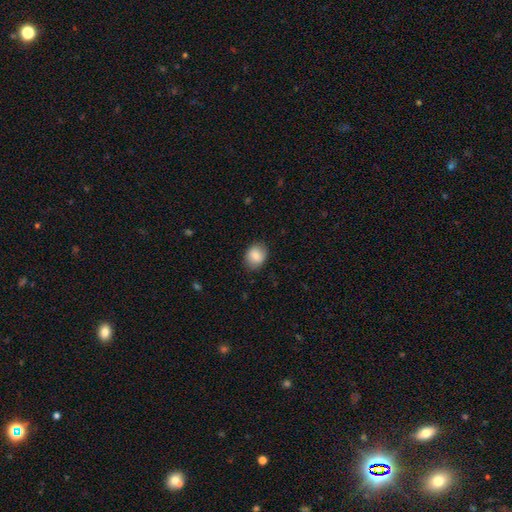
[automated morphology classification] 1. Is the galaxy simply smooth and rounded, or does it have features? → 81% smooth, 11% featured or disk, 8% star or artifact.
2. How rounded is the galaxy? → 53% round, 46% in between, 1% cigar-shaped.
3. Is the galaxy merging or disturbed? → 86% none, 11% minor disturbance, 3% major disturbance, 1% merger.